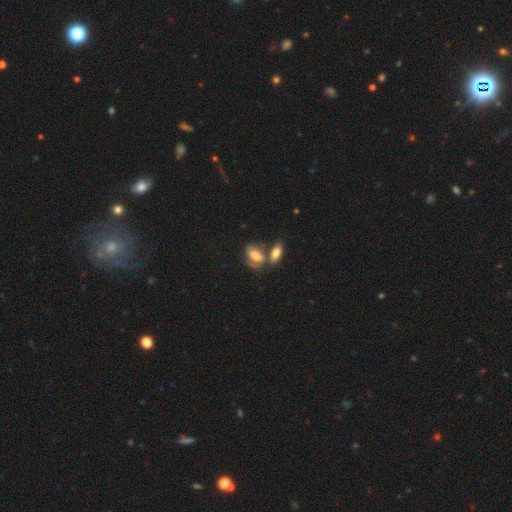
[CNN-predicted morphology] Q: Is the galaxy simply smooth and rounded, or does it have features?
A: smooth — 64%.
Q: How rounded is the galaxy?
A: in between — 87%.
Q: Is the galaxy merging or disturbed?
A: merger — 40%.